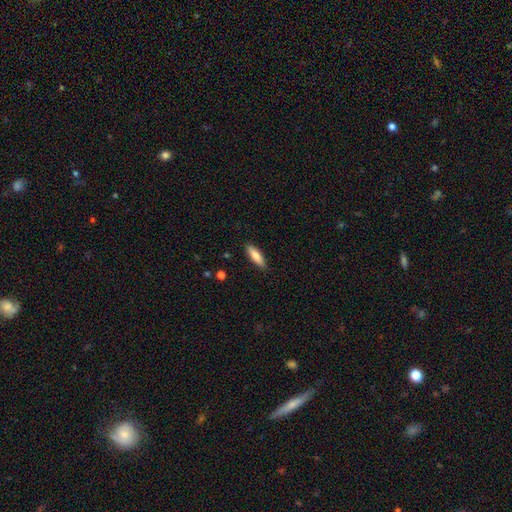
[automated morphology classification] Smooth or featured? smooth (77%)
How rounded? cigar-shaped (54%)
Merging? none (89%)